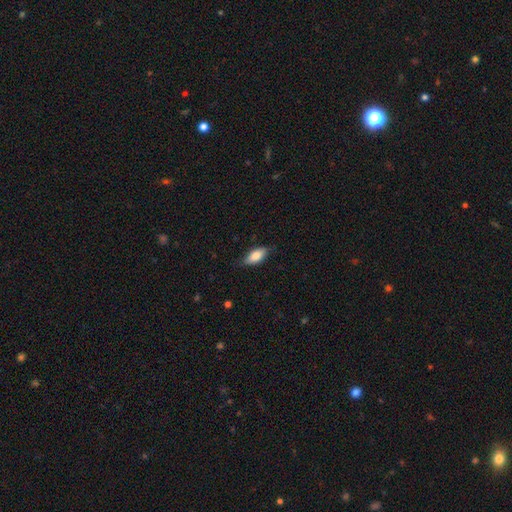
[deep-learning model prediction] This appears to be a smooth galaxy with no disk features (76%) that is in between round and cigar-shaped (85%). Merging: none (76%).